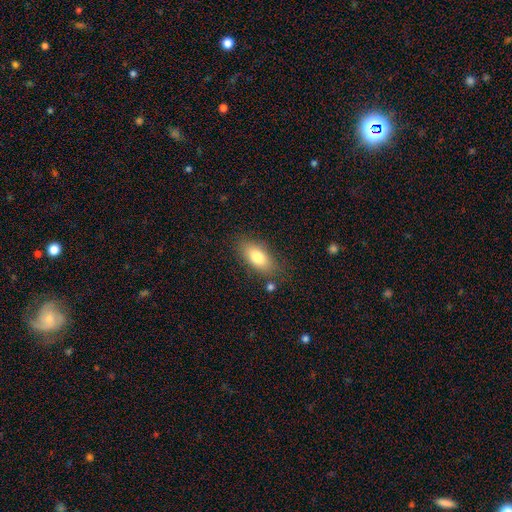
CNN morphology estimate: Smooth or featured?
  - smooth: 78% *
  - featured or disk: 14%
  - star or artifact: 8%
How rounded?
  - in between: 86% *
  - cigar-shaped: 10%
  - round: 4%
Merging?
  - none: 80% *
  - minor disturbance: 13%
  - major disturbance: 4%
  - merger: 3%